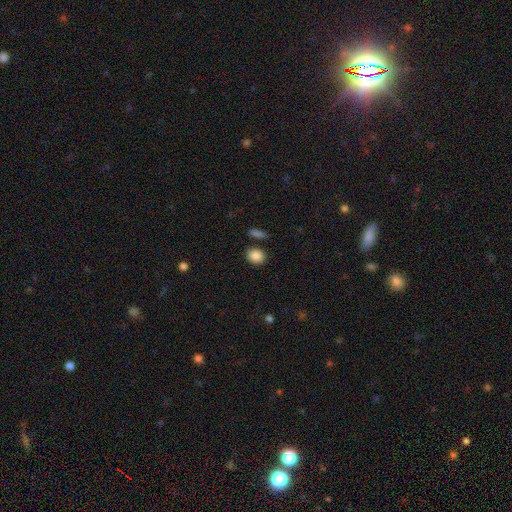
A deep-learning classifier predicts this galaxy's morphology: This is clearly a smooth galaxy (87%). How rounded: possibly in between (50%). Merging: clearly none (81%).